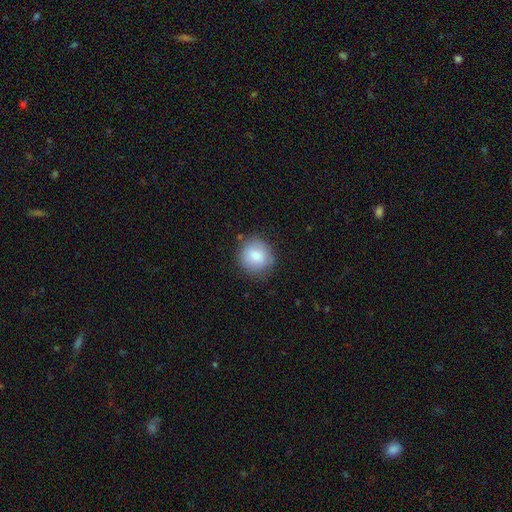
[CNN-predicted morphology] type=smooth (83%); roundness=round (88%); merging=none (79%).